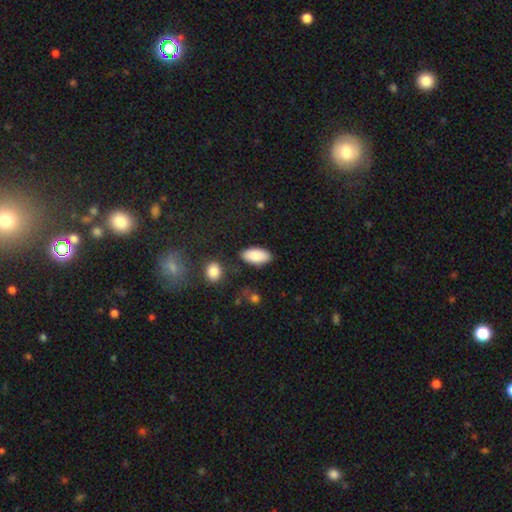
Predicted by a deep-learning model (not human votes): This appears to be a smooth galaxy with no disk features (87%) that is in between round and cigar-shaped (92%). Merging: none (84%).